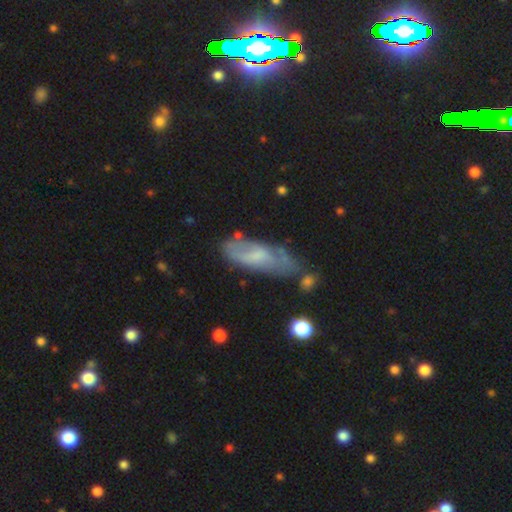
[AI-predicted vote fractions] Smooth or featured?
  - featured or disk: 50% *
  - smooth: 43%
  - star or artifact: 8%
Merging?
  - none: 55% *
  - minor disturbance: 27%
  - major disturbance: 11%
  - merger: 7%